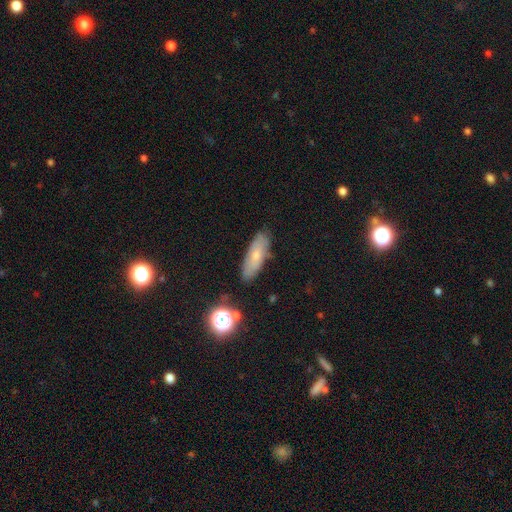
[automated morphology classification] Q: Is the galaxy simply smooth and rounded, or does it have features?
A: smooth — 60%.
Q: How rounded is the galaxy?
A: in between — 57%.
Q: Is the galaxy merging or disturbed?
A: none — 77%.